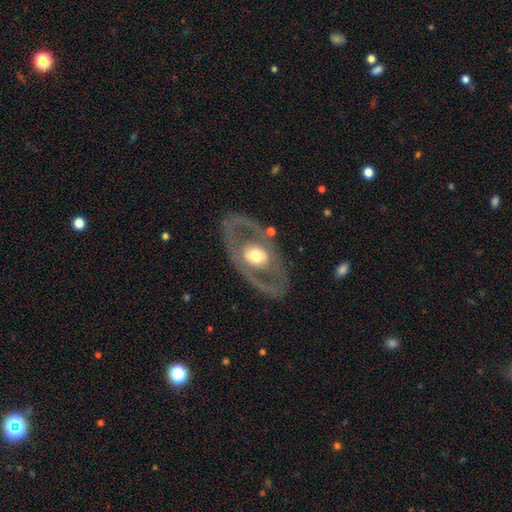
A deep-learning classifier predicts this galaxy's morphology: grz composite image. It shows a featured or disk galaxy (67%) with no bar (74%), no spiral arms (78%) and a moderate central bulge (62%). Merging: none (77%).